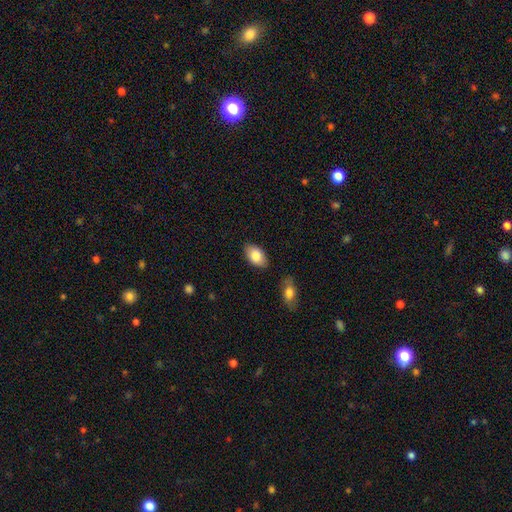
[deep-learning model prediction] smooth 83%, featured or disk 11%, star or artifact 6%. Down the decision tree: how rounded — in between (93%); merging — none (86%).